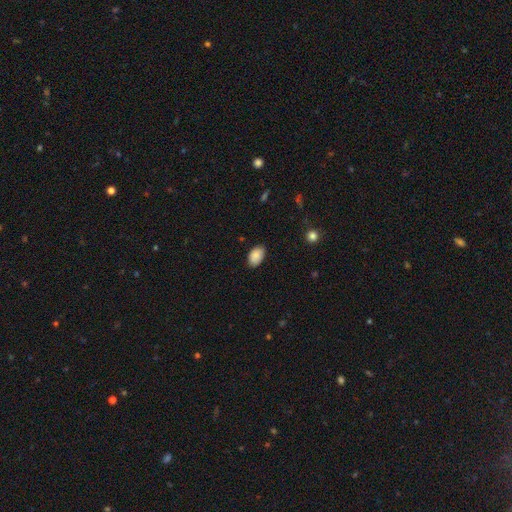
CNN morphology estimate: The model was most divided on "merging": none: 81%, minor disturbance: 16%, major disturbance: 3%, merger: 1%. More confident: how rounded — in between (90%); smooth or featured — smooth (88%).